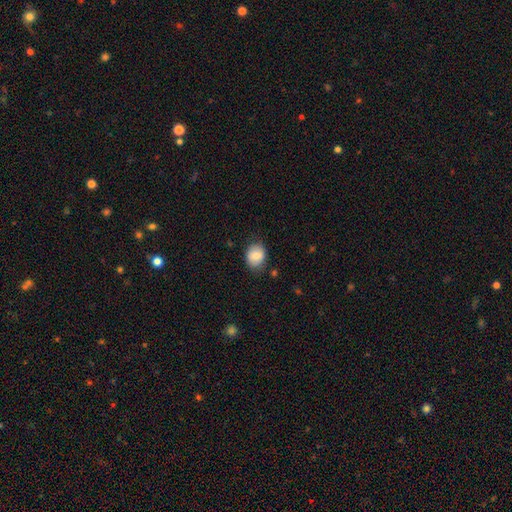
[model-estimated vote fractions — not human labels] Q: Smooth or featured?
A: smooth (83%); runner-up: featured or disk (10%)
Q: How rounded?
A: in between (50%); runner-up: round (49%)
Q: Merging?
A: none (79%); runner-up: minor disturbance (16%)